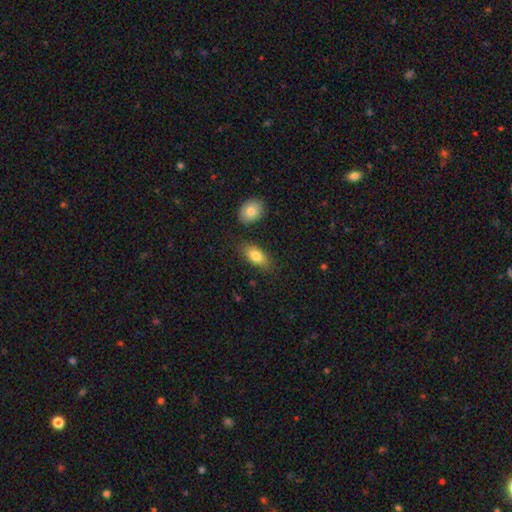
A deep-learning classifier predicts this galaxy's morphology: Overall: smooth (81%). How rounded: in between (87%). Merging: none (78%).